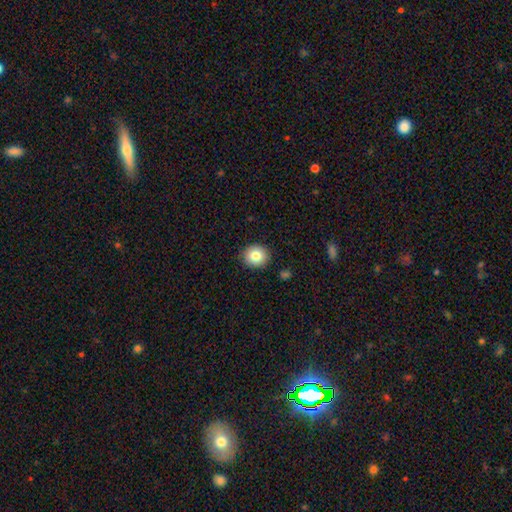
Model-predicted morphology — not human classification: A smooth galaxy with no disk features (81%) that is round (83%).

Vote fractions:
- Smooth or featured? smooth: 81% / star or artifact: 10% / featured or disk: 9%
- How rounded? round: 83% / in between: 16% / cigar-shaped: 1%
- Merging? none: 88% / minor disturbance: 8% / major disturbance: 2% / merger: 1%